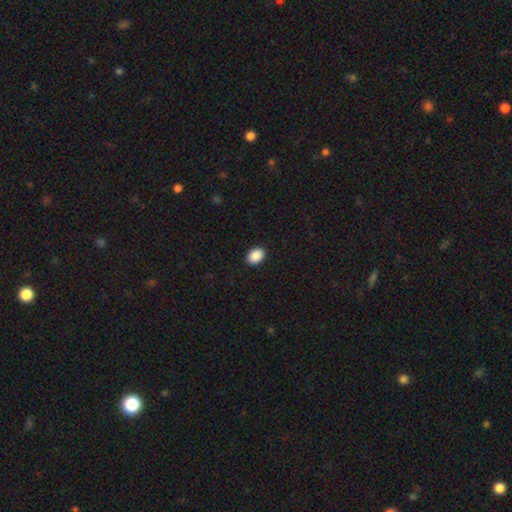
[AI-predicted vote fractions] Overall: smooth (90%). How rounded: in between (74%). Merging: none (91%).